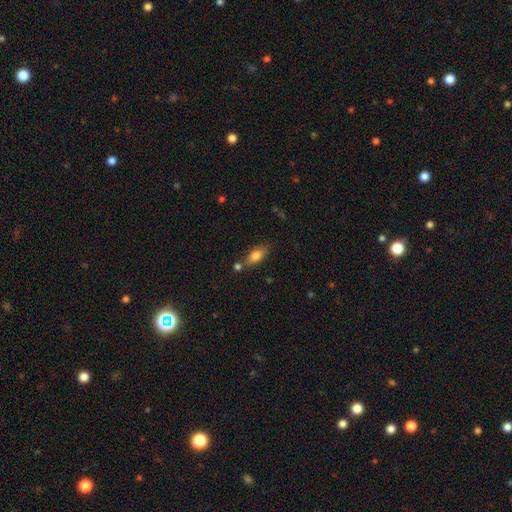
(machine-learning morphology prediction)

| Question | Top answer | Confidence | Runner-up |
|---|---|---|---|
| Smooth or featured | smooth | 77% | featured or disk (15%) |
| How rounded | in between | 76% | cigar-shaped (20%) |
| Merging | none | 69% | minor disturbance (14%) |